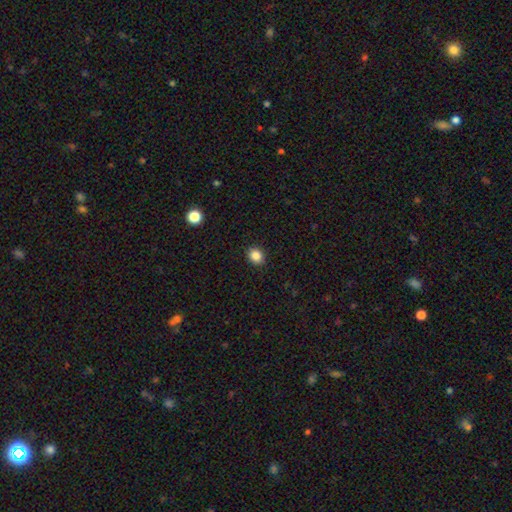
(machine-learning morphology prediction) The model was most divided on "how rounded": round: 65%, in between: 34%, cigar-shaped: 1%. More confident: merging — none (91%); smooth or featured — smooth (86%).